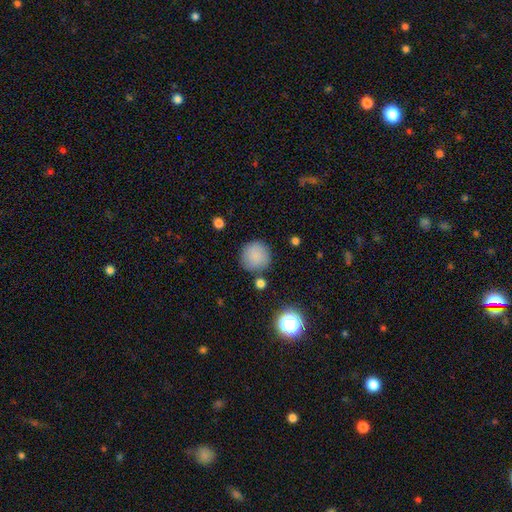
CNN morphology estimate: Smooth or featured?
  - smooth: 85% *
  - star or artifact: 9%
  - featured or disk: 6%
How rounded?
  - round: 94% *
  - in between: 5%
  - cigar-shaped: 1%
Merging?
  - none: 81% *
  - minor disturbance: 11%
  - merger: 4%
  - major disturbance: 4%